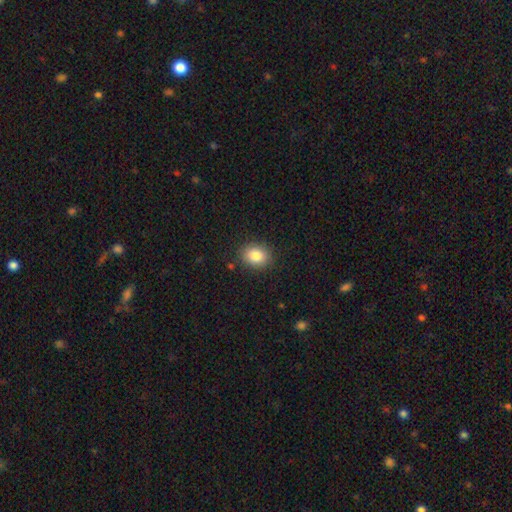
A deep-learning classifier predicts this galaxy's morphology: Q: Smooth or featured?
A: smooth (84%); runner-up: star or artifact (9%)
Q: How rounded?
A: in between (51%); runner-up: round (48%)
Q: Merging?
A: none (87%); runner-up: minor disturbance (9%)